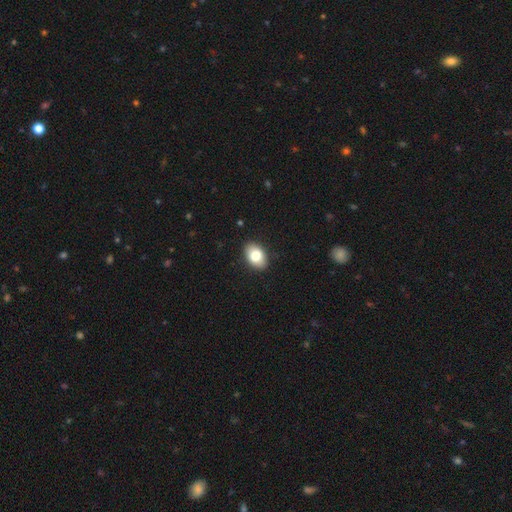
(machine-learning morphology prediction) Smooth or featured? smooth (79%)
How rounded? in between (86%)
Merging? none (89%)